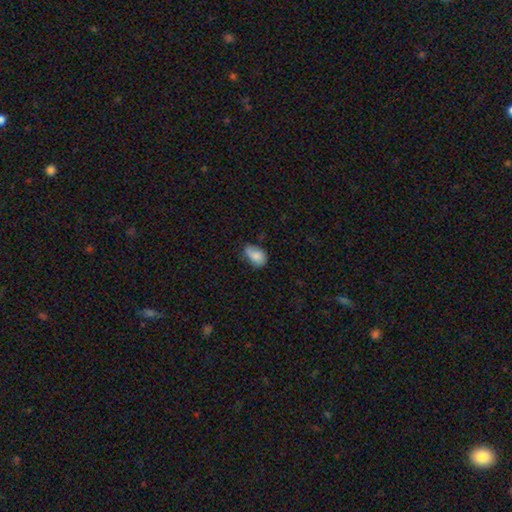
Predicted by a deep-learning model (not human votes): This appears to be a smooth galaxy with no disk features (81%) that is in between round and cigar-shaped (84%). Merging: none (45%).